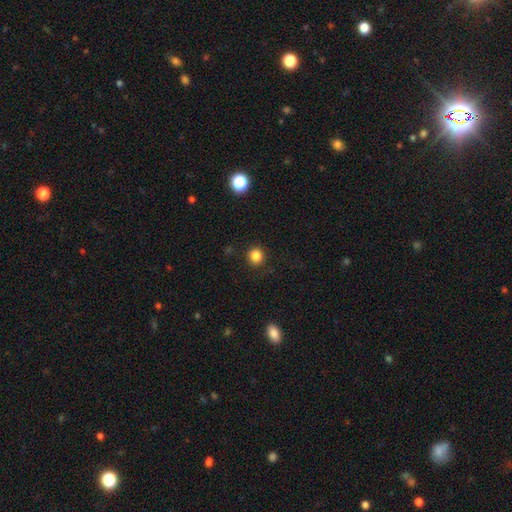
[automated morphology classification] A smooth galaxy with no disk features (85%) that is round (91%). Merging: none (91%).